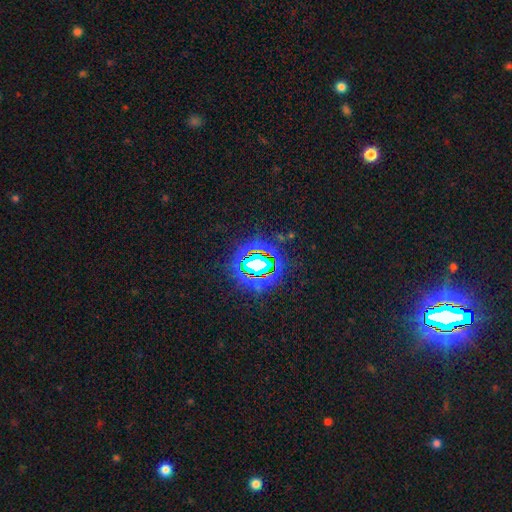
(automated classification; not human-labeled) Smooth or featured? star or artifact (76%)